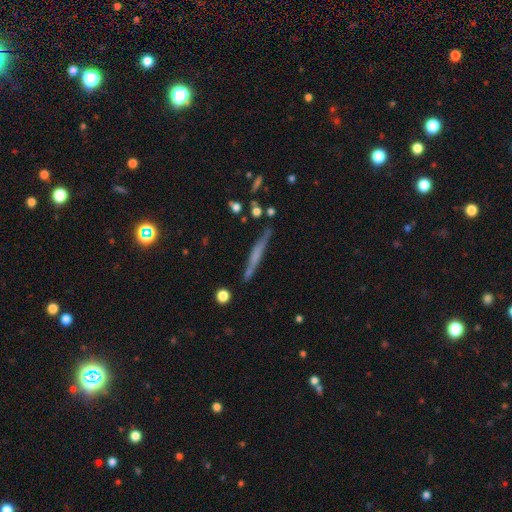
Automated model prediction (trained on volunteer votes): Overall: featured or disk (50%; smooth 41%). Merging: none (80%).